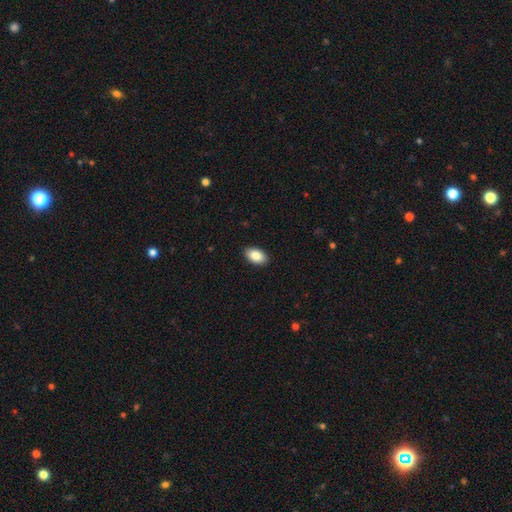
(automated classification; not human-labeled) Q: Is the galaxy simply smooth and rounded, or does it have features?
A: smooth — 86%.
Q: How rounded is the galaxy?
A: in between — 93%.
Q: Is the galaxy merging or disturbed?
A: none — 90%.